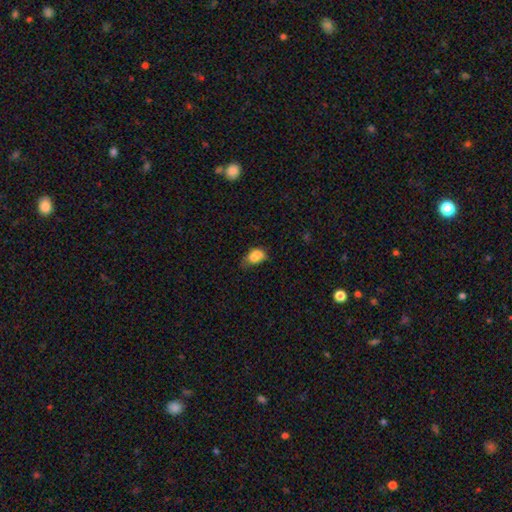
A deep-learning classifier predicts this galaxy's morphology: This appears to be a smooth galaxy with no disk features (76%) that is in between round and cigar-shaped (76%). Merging: minor disturbance (31%).